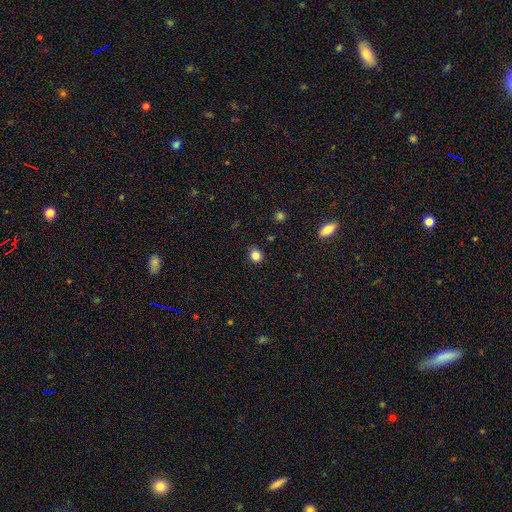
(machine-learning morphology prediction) A smooth galaxy with no disk features (84%) that is round (80%).

Vote fractions:
- Smooth or featured? smooth: 84% / star or artifact: 12% / featured or disk: 4%
- How rounded? round: 80% / in between: 19% / cigar-shaped: 1%
- Merging? none: 90% / minor disturbance: 7% / major disturbance: 2% / merger: 1%